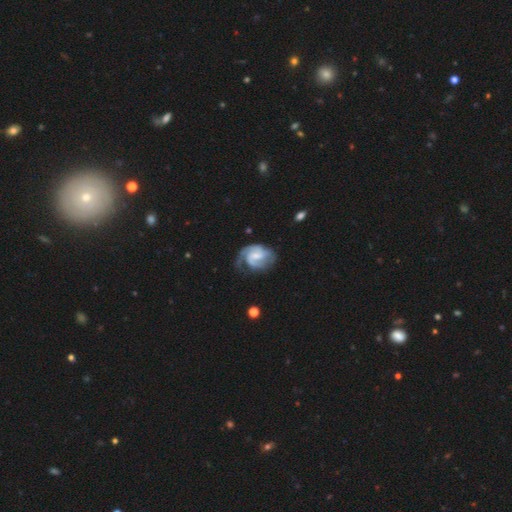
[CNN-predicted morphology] Smooth or featured? Predicted: featured or disk (p=0.85). Edge-on disk? Predicted: no (p=0.98). Bar? Predicted: weak (p=0.54). Spiral arms? Predicted: yes (p=0.96). Spiral winding? Predicted: medium (p=0.46). Spiral arm count? Predicted: 2 (p=0.62). Bulge size? Predicted: small (p=0.45). Merging? Predicted: none (p=0.57).